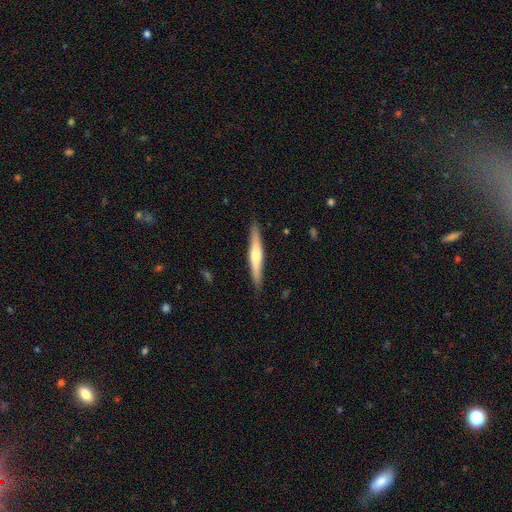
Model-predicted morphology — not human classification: Smooth or featured: featured or disk — 49% (smooth — 46%)
Merging: none — 89% (minor disturbance — 8%)